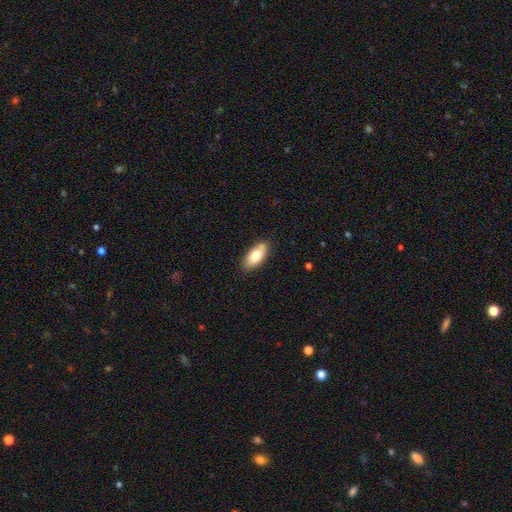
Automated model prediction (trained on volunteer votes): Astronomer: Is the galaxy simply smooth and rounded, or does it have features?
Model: smooth — 76%.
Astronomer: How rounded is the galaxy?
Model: in between — 88%.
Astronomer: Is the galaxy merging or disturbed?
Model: none — 82%.